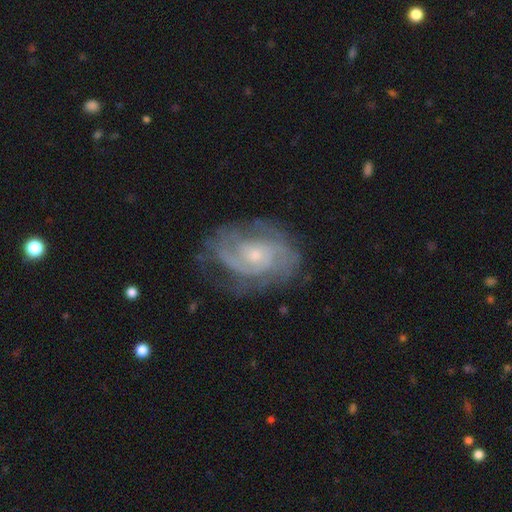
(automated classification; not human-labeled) smooth-or-featured: featured or disk: 86% | smooth: 9% | star or artifact: 6%
  disk-edge-on: no: 97% | yes: 3%
    bar: no: 69% | weak: 26% | strong: 5%
    has-spiral-arms: yes: 95% | no: 5%
      spiral-winding: tight: 52% | medium: 39% | loose: 10%
      spiral-arm-count: 2: 50% | can't tell: 23% | 3: 14% | 4: 5% | 1: 4% | more than 4: 4%
    bulge-size: small: 64% | moderate: 31% | none: 2% | large: 2% | dominant: 1%
  merging: none: 68% | minor disturbance: 20% | major disturbance: 11% | merger: 1%